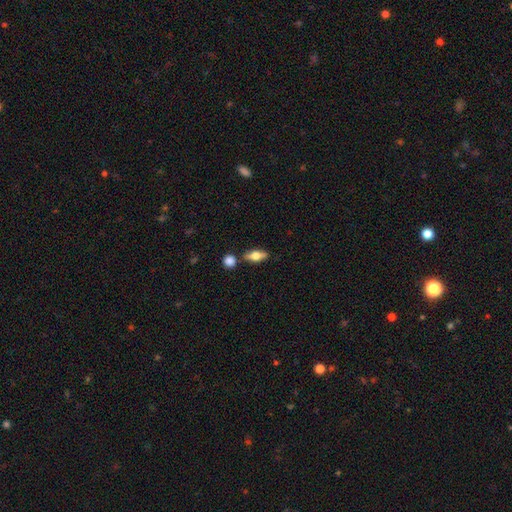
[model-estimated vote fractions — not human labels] Smooth or featured?
  - smooth: 60% *
  - featured or disk: 33%
  - star or artifact: 7%
How rounded?
  - in between: 74% *
  - cigar-shaped: 19%
  - round: 6%
Merging?
  - none: 76% *
  - minor disturbance: 11%
  - merger: 10%
  - major disturbance: 3%